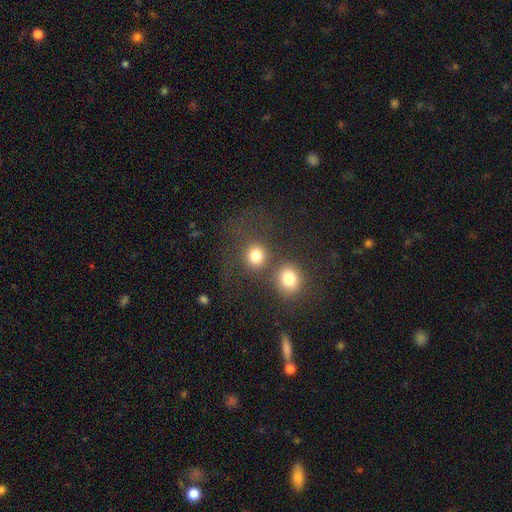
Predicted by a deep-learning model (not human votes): A smooth galaxy with no disk features (78%) that is round (82%).

Vote fractions:
- Smooth or featured? smooth: 78% / star or artifact: 12% / featured or disk: 10%
- How rounded? round: 82% / in between: 17% / cigar-shaped: 1%
- Merging? none: 44% / merger: 40% / minor disturbance: 8% / major disturbance: 8%